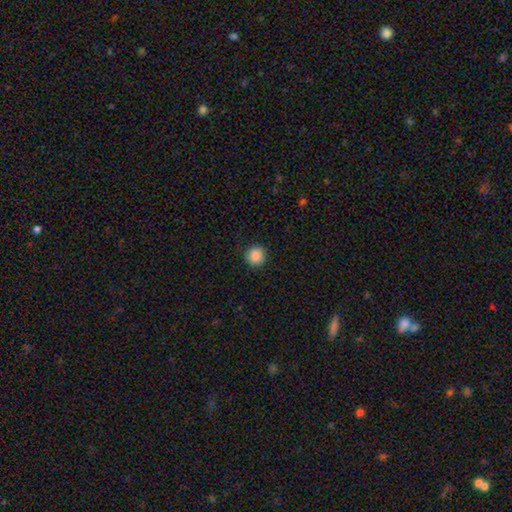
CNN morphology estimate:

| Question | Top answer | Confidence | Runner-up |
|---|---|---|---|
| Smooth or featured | smooth | 89% | star or artifact (9%) |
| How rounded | round | 95% | in between (4%) |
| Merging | none | 92% | minor disturbance (5%) |